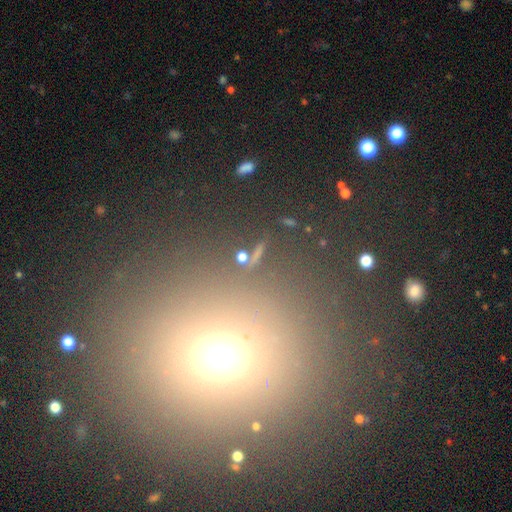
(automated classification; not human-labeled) A smooth galaxy with no disk features (44%).

Vote fractions:
- Smooth or featured? smooth: 44% / star or artifact: 37% / featured or disk: 20%
- Merging? none: 79% / minor disturbance: 10% / merger: 6% / major disturbance: 6%